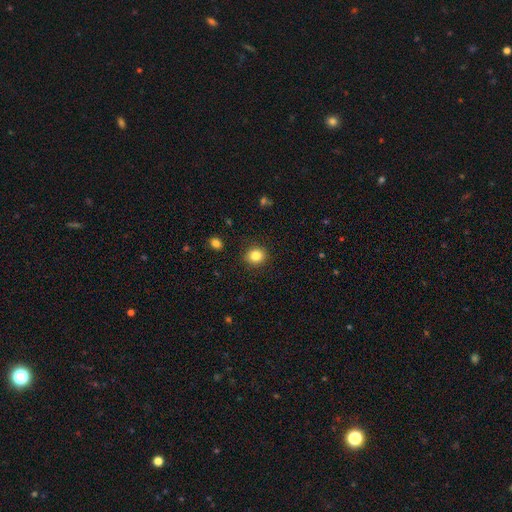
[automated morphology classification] A smooth galaxy with no disk features (84%) that is round (76%). Merging: none (90%).